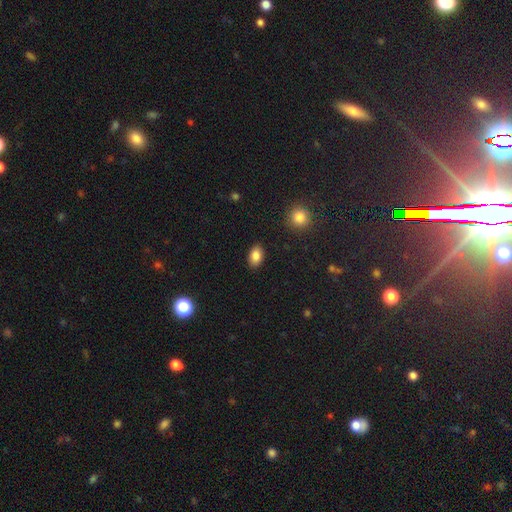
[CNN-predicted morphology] A smooth galaxy with no disk features (86%) that is in between round and cigar-shaped (87%). Merging: none (89%).